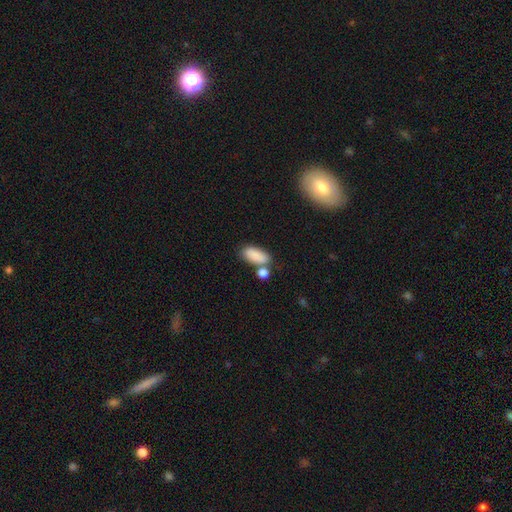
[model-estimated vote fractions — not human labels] Smooth or featured? Predicted: smooth (p=0.87). How rounded? Predicted: in between (p=0.89). Merging? Predicted: none (p=0.57).